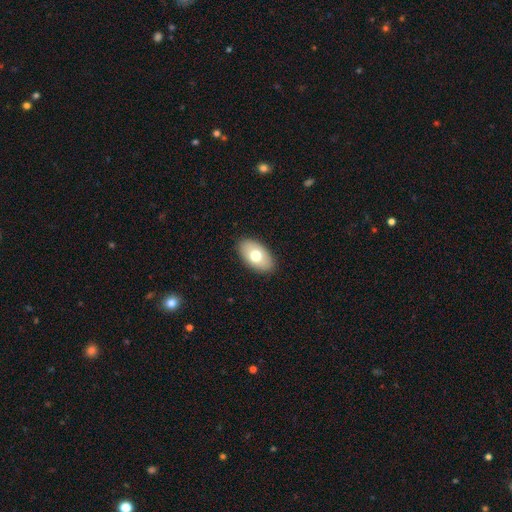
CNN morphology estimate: Smooth or featured? Predicted: smooth (p=0.72). How rounded? Predicted: in between (p=0.94). Merging? Predicted: none (p=0.88).